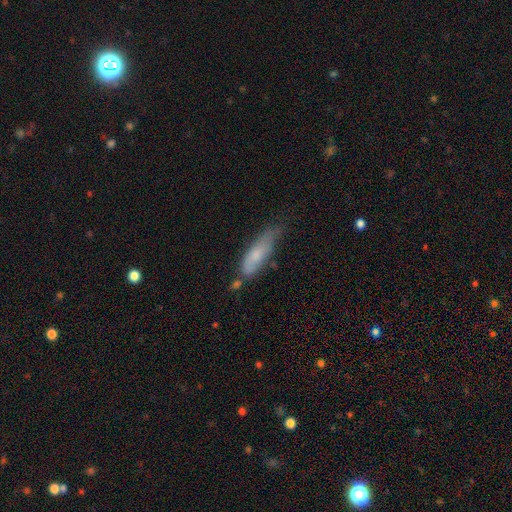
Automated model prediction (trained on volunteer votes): The model was most divided on "merging": none: 42%, minor disturbance: 37%, major disturbance: 13%, merger: 8%. More confident: smooth or featured — smooth (68%); how rounded — cigar-shaped (55%).